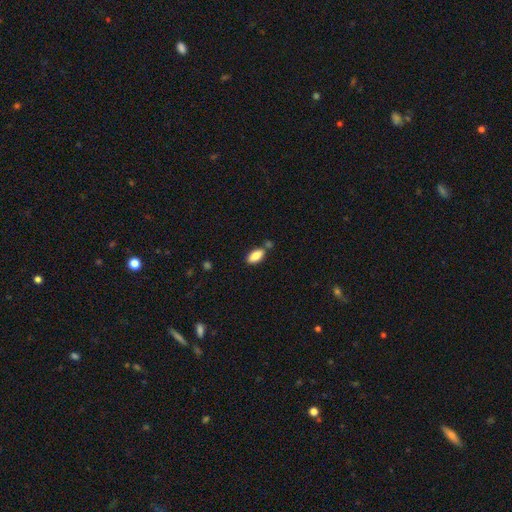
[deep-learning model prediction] smooth 85%, featured or disk 8%, star or artifact 7%. Down the decision tree: how rounded — in between (92%); merging — none (72%).